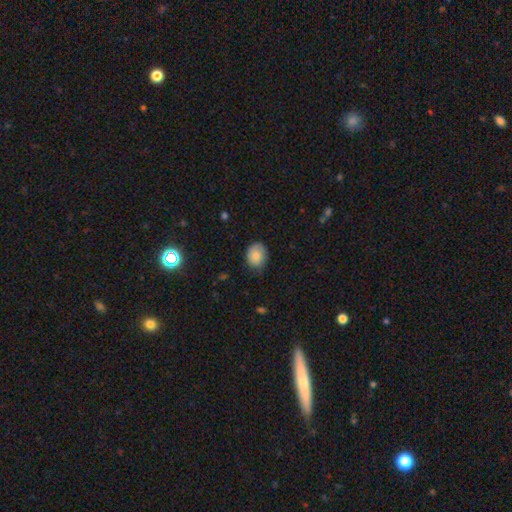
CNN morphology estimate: Smooth or featured?
  - smooth: 82% *
  - featured or disk: 10%
  - star or artifact: 8%
How rounded?
  - round: 53% *
  - in between: 47%
  - cigar-shaped: 1%
Merging?
  - none: 65% *
  - minor disturbance: 28%
  - major disturbance: 5%
  - merger: 1%